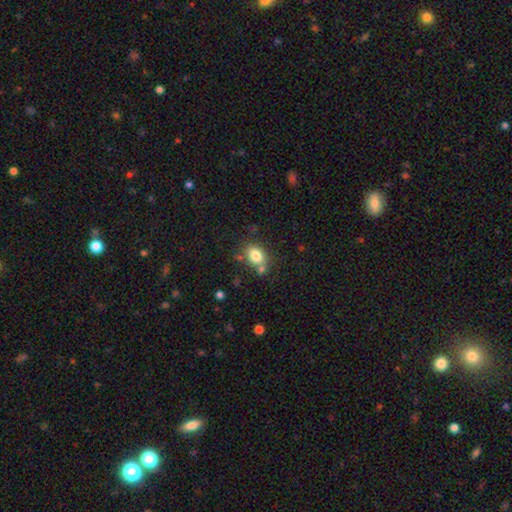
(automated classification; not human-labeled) Smooth or featured: smooth — 80% (featured or disk — 10%)
How rounded: in between — 71% (round — 27%)
Merging: none — 63% (minor disturbance — 16%)